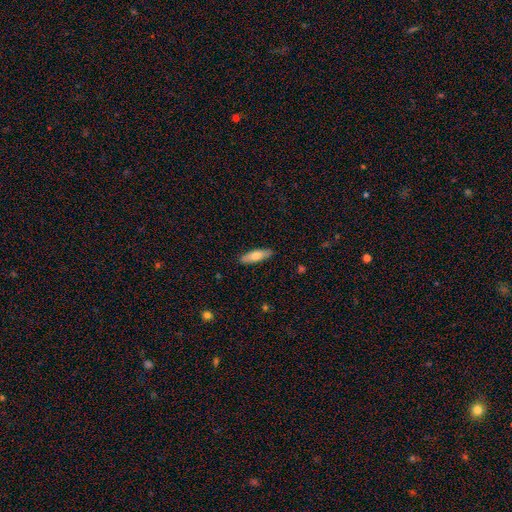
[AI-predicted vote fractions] The model was most divided on "how rounded": cigar-shaped: 53%, in between: 45%, round: 2%. More confident: merging — none (89%); smooth or featured — smooth (72%).